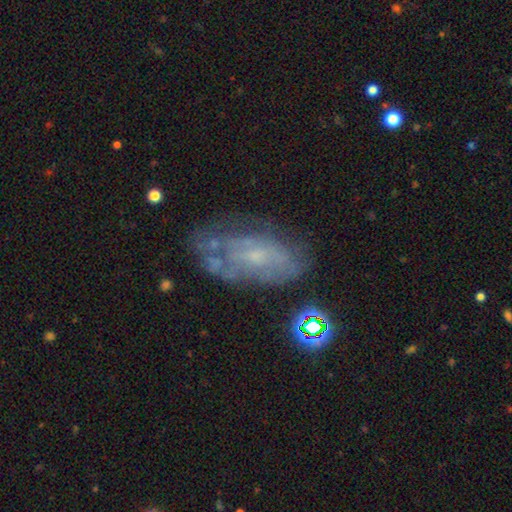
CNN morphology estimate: This is possibly a featured or disk galaxy (60%). It is clearly not viewed edge-on (92%). Bar: likely no (73%). Spiral arm pattern: possibly no (53%). Central bulge: possibly small (59%). Merging: possibly none (54%).